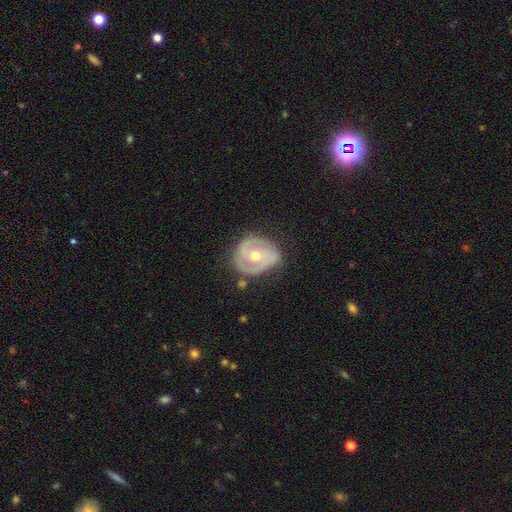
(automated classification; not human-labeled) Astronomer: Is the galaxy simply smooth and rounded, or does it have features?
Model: featured or disk — 74%.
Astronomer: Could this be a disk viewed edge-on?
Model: no — 96%.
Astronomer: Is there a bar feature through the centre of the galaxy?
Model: no — 53% (runner-up: weak, 33%).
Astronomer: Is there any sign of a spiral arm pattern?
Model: yes — 74%.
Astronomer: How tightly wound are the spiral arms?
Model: tight — 52% (runner-up: medium, 35%).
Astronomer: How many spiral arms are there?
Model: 2 — 61%.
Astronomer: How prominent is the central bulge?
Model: moderate — 64%.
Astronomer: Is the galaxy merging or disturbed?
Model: none — 68%.